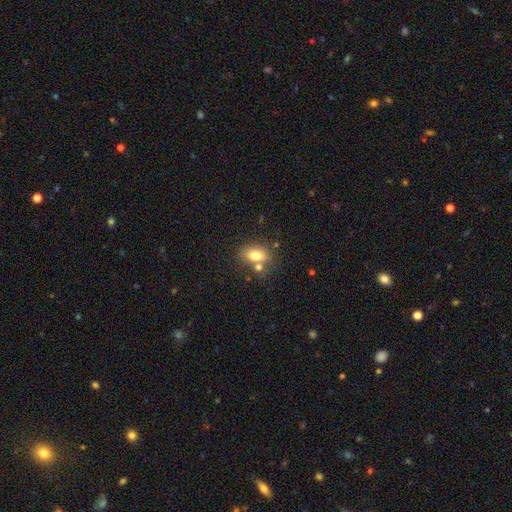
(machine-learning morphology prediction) Smooth or featured?
  - smooth: 75% *
  - featured or disk: 15%
  - star or artifact: 10%
How rounded?
  - in between: 82% *
  - round: 15%
  - cigar-shaped: 3%
Merging?
  - none: 60% *
  - merger: 21%
  - minor disturbance: 14%
  - major disturbance: 5%